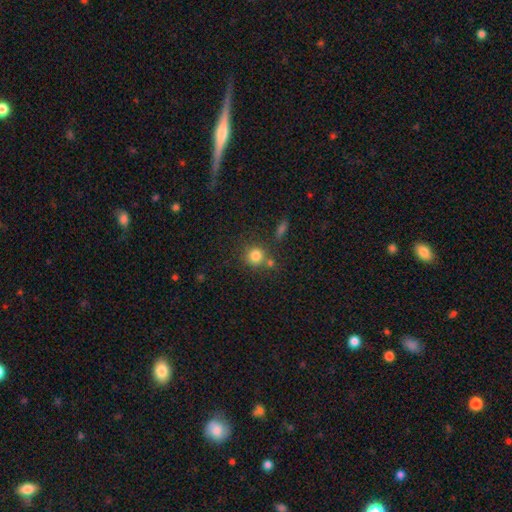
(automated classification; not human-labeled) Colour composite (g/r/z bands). It shows a smooth galaxy with no disk features (81%) that is round (90%). Merging: none (69%).